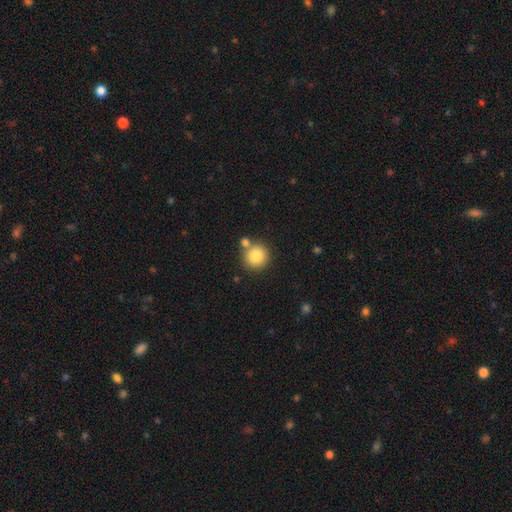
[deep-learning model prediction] Overall: smooth (83%). How rounded: round (93%). Merging: none (70%).